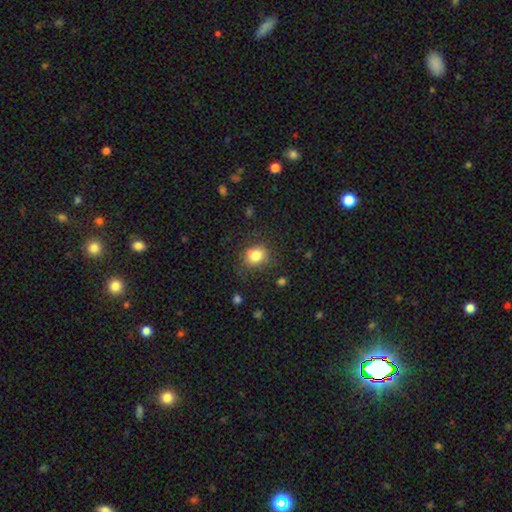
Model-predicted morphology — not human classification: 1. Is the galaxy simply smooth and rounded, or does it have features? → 80% smooth, 11% star or artifact, 9% featured or disk.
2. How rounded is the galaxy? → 69% round, 30% in between, 1% cigar-shaped.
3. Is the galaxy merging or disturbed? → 70% none, 19% minor disturbance, 7% major disturbance, 4% merger.